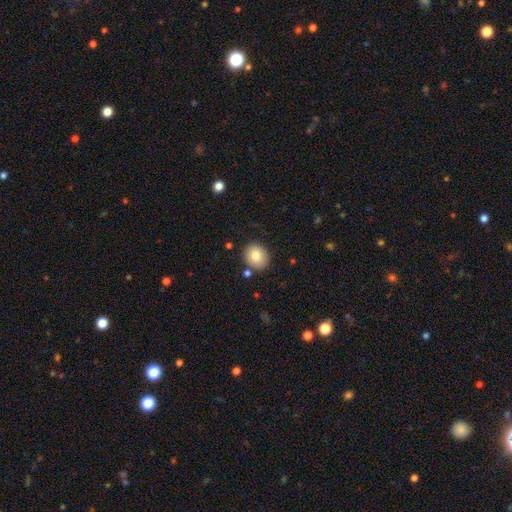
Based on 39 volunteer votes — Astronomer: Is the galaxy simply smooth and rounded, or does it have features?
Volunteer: smooth — 77%.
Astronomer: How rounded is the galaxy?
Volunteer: round — 67%.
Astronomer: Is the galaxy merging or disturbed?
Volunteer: none — 86%.